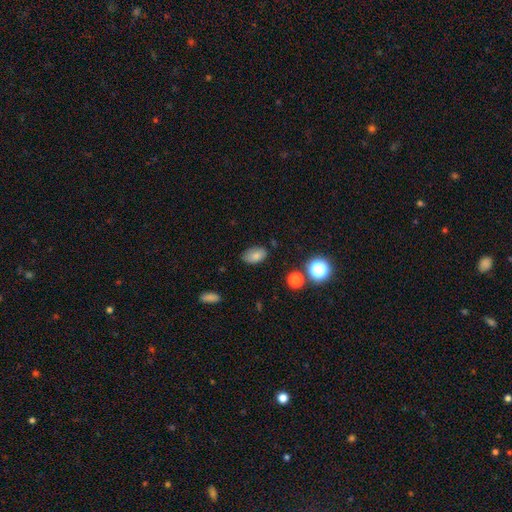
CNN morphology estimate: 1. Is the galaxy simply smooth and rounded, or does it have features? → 80% smooth, 11% star or artifact, 9% featured or disk.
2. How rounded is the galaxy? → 89% in between, 9% round, 1% cigar-shaped.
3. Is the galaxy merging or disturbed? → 76% none, 18% minor disturbance, 4% major disturbance, 2% merger.